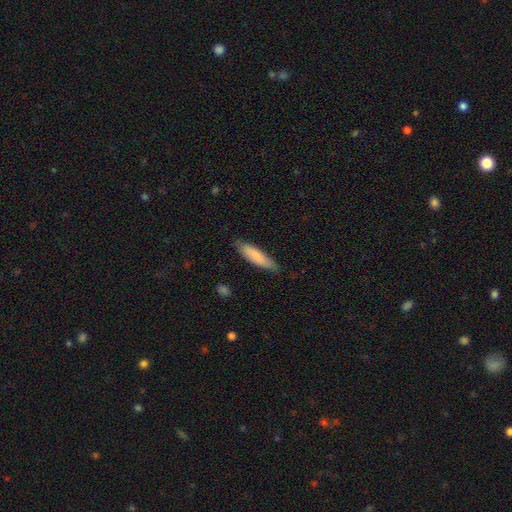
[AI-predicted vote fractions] Smooth or featured? Predicted: smooth (p=0.82). How rounded? Predicted: cigar-shaped (p=0.72). Merging? Predicted: none (p=0.80).